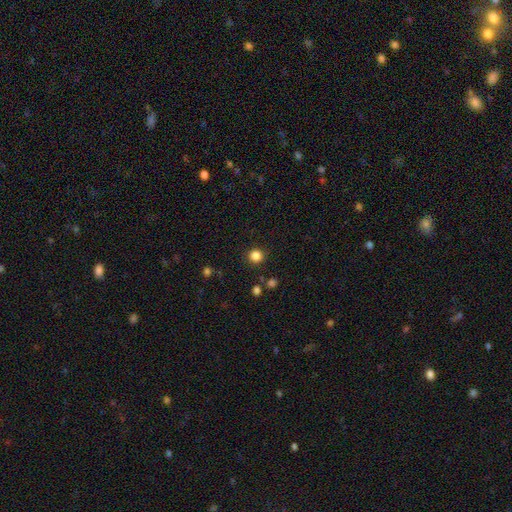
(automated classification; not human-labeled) A smooth galaxy with no disk features (84%) that is round (92%). Merging: none (89%).